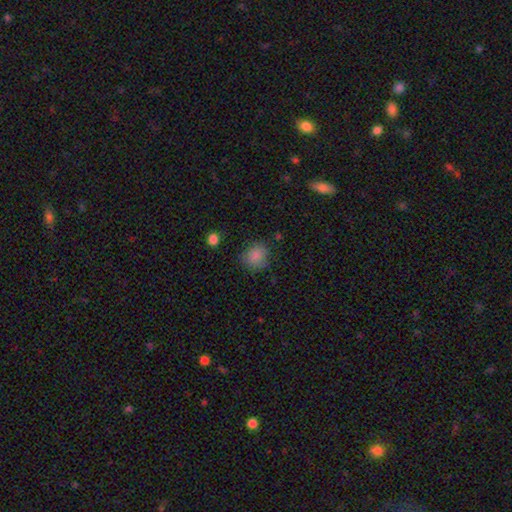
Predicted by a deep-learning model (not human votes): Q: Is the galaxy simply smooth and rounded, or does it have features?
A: smooth — 85%.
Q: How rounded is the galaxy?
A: round — 78%.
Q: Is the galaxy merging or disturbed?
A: none — 76%.